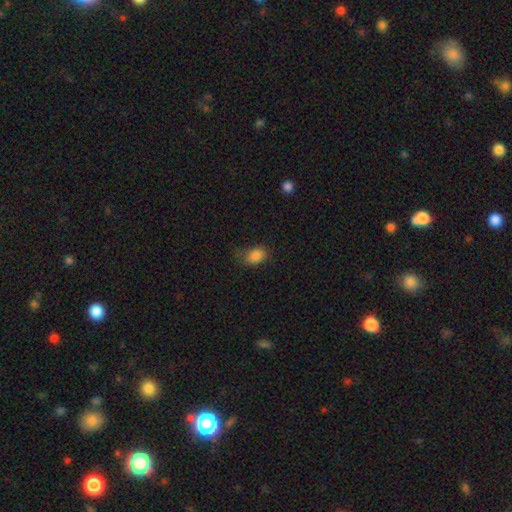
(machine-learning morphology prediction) This is clearly a smooth galaxy (84%). How rounded: likely in between (73%). Merging: likely none (63%).